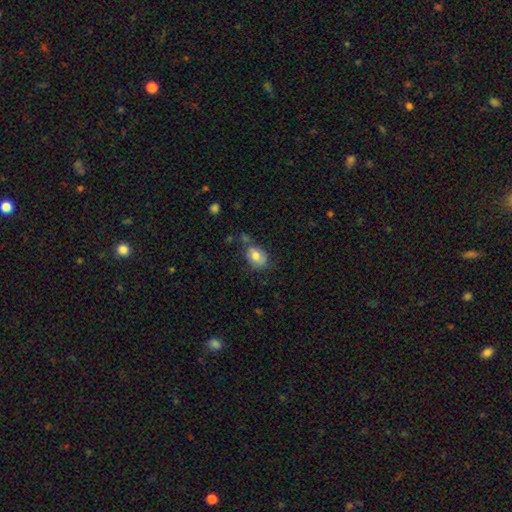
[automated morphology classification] smooth 70%, featured or disk 22%, star or artifact 8%. Down the decision tree: how rounded — in between (75%); merging — none (57%).